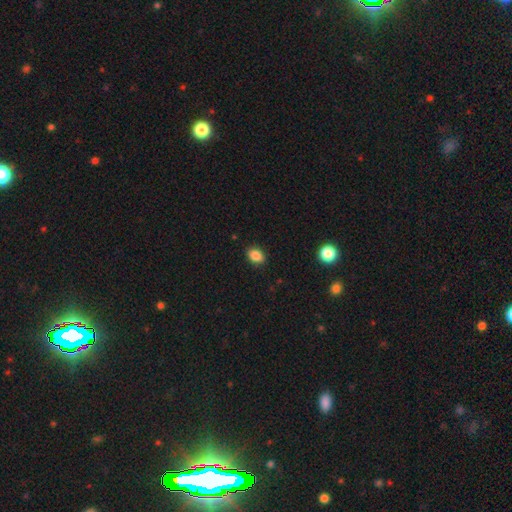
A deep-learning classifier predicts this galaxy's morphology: type=smooth (87%); roundness=in between (75%); merging=none (89%).